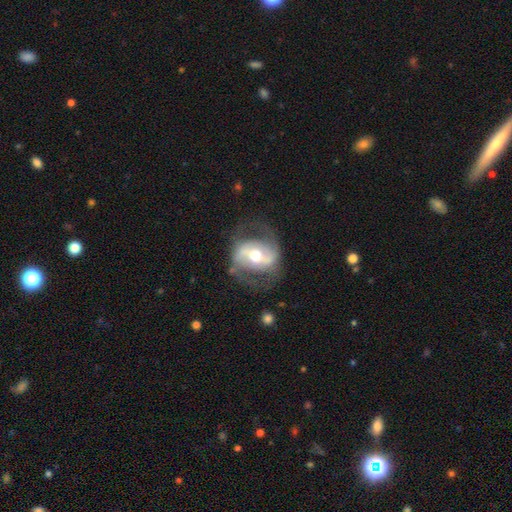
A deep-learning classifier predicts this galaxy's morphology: Smooth or featured?
  - featured or disk: 78% *
  - smooth: 17%
  - star or artifact: 5%
Edge-on disk?
  - no: 96% *
  - yes: 4%
Bar?
  - strong: 45% *
  - weak: 33%
  - no: 23%
Spiral arms?
  - yes: 79% *
  - no: 21%
Spiral winding?
  - medium: 48% *
  - loose: 34%
  - tight: 19%
Spiral arm count?
  - 2: 87% *
  - can't tell: 7%
  - 1: 3%
  - 3: 1%
  - 4: 1%
  - more than 4: 1%
Bulge size?
  - moderate: 72% *
  - small: 16%
  - large: 9%
  - dominant: 1%
  - none: 1%
Merging?
  - none: 67% *
  - minor disturbance: 16%
  - major disturbance: 15%
  - merger: 2%